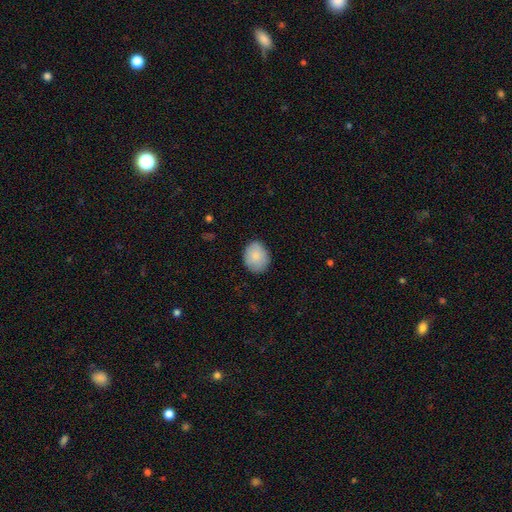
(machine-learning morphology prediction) Smooth or featured: smooth — 85% (featured or disk — 8%)
How rounded: round — 50% (in between — 49%)
Merging: none — 83% (minor disturbance — 14%)